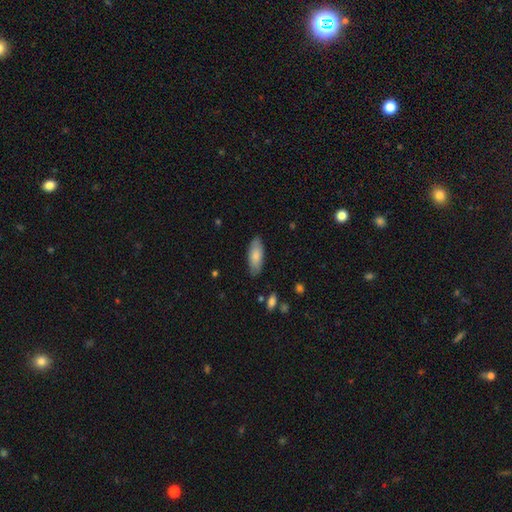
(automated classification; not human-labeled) This is clearly a smooth galaxy (80%). How rounded: clearly in between (81%). Merging: clearly none (84%).